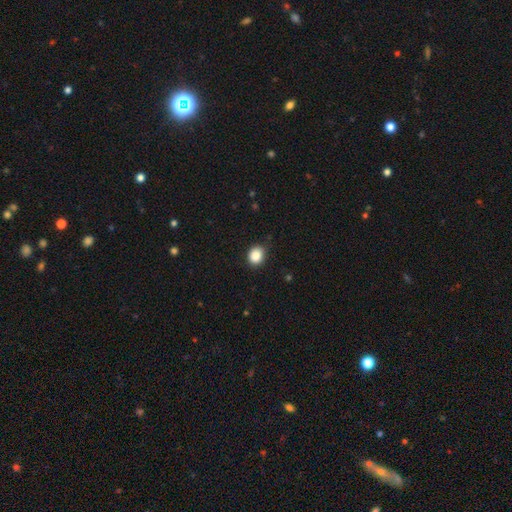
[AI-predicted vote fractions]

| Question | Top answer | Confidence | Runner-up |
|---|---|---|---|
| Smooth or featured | smooth | 88% | star or artifact (9%) |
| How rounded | round | 62% | in between (37%) |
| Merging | none | 85% | minor disturbance (12%) |